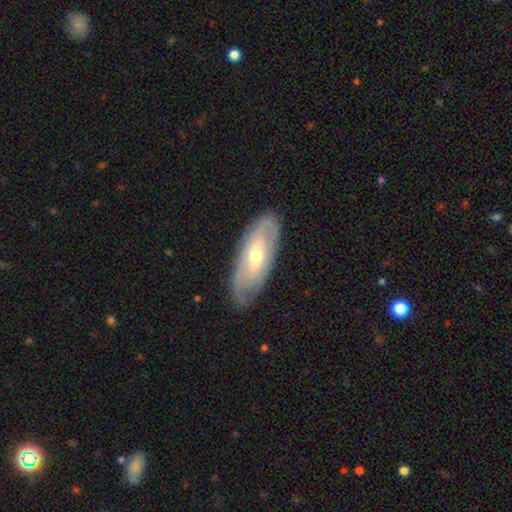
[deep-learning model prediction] Morphology: type=featured or disk (65%); edge-on=no (81%); bar=no (49%); spiral arms=yes (66%); bulge=moderate (53%); merging=none (81%).